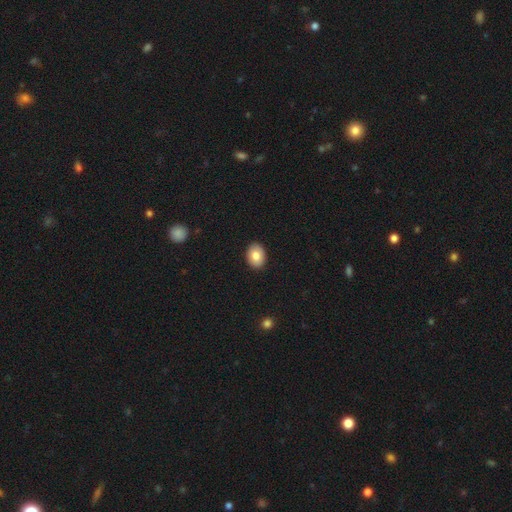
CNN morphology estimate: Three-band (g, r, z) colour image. It shows a smooth galaxy with no disk features (83%) that is in between round and cigar-shaped (75%). Merging: none (91%).